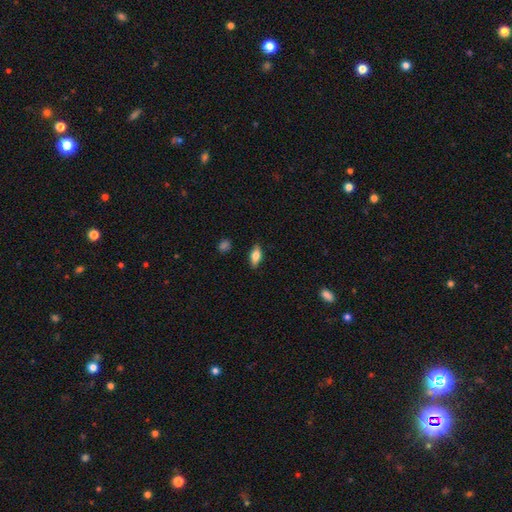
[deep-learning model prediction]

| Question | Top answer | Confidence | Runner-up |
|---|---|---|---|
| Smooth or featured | smooth | 74% | featured or disk (19%) |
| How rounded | in between | 83% | cigar-shaped (14%) |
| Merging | none | 86% | minor disturbance (11%) |